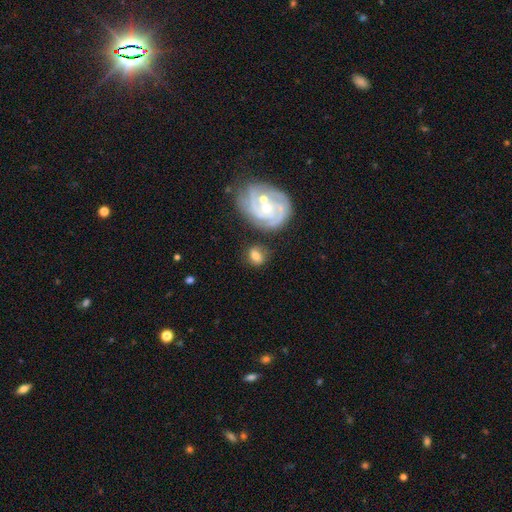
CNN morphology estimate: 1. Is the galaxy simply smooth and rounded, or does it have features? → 55% smooth, 37% featured or disk, 8% star or artifact.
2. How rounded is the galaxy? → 56% in between, 41% round, 3% cigar-shaped.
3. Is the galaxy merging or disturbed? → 64% none, 18% minor disturbance, 11% merger, 7% major disturbance.